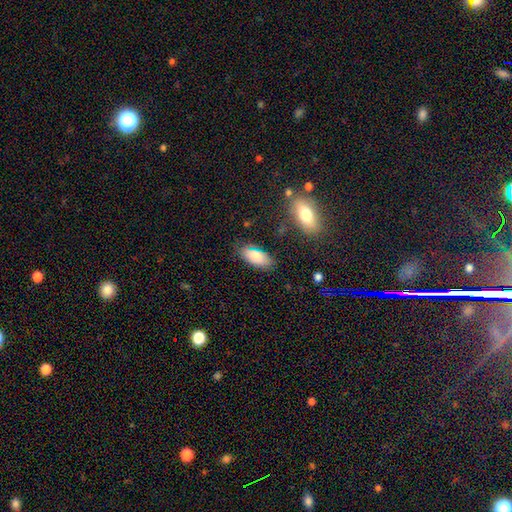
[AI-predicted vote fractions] This appears to be a smooth galaxy with no disk features (79%) that is in between round and cigar-shaped (90%). Merging: none (76%).